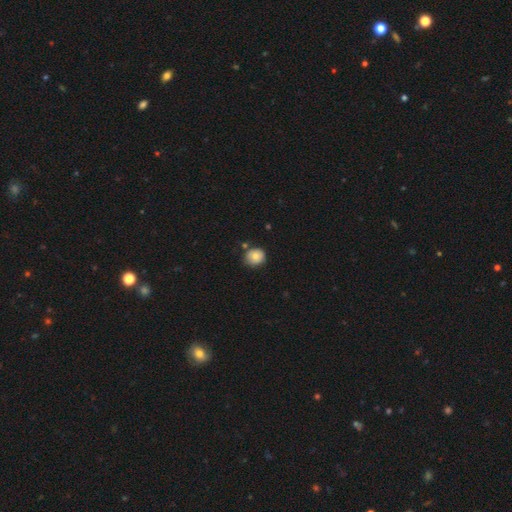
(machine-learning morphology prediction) Overall: smooth (74%). How rounded: round (83%). Merging: none (74%).